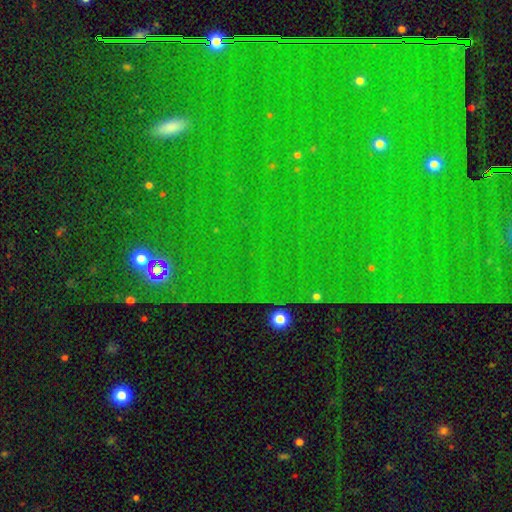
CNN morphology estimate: Q: Smooth or featured?
A: star or artifact (83%); runner-up: smooth (9%)